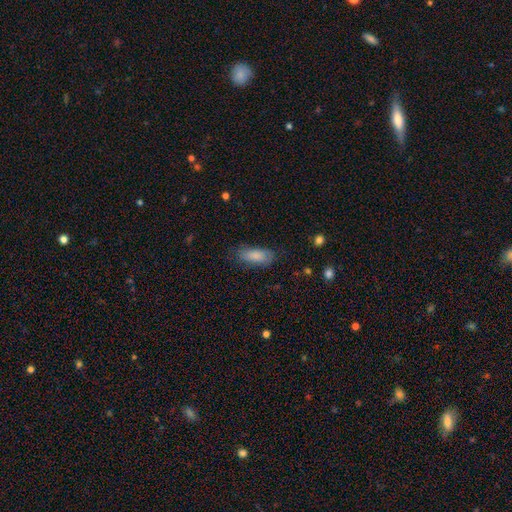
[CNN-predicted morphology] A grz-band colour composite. It shows a smooth galaxy with no disk features (84%) that is in between round and cigar-shaped (81%). Merging: none (71%).